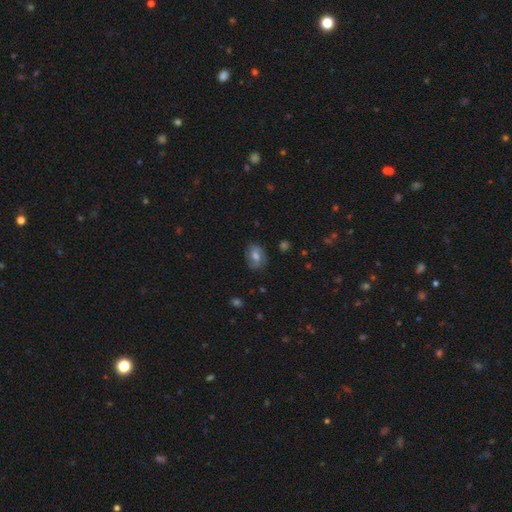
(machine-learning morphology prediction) featured or disk 49%, smooth 41%, star or artifact 10%. Down the decision tree: merging — none (74%).